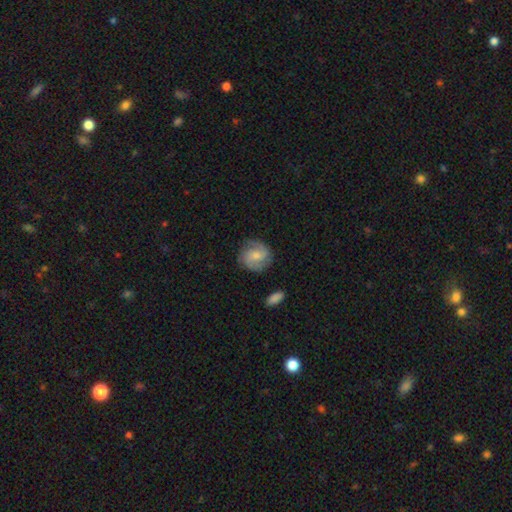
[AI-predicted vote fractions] The model was most divided on "bulge size": moderate: 46%, small: 45%, none: 4%, large: 3%, dominant: 1%. Remaining: edge-on disk — no (97%); spiral arms — yes (92%); merging — none (79%); spiral arm count — 2 (68%); smooth or featured — featured or disk (63%); bar — no (50%); spiral winding — medium (46%).